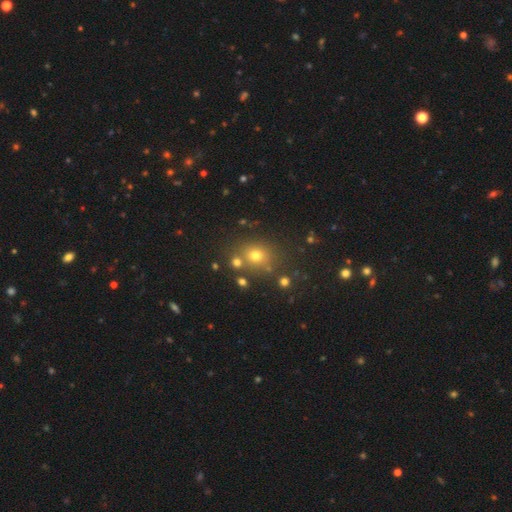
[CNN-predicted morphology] Smooth or featured: smooth — 66% (star or artifact — 24%)
How rounded: round — 74% (in between — 25%)
Merging: none — 74% (merger — 11%)